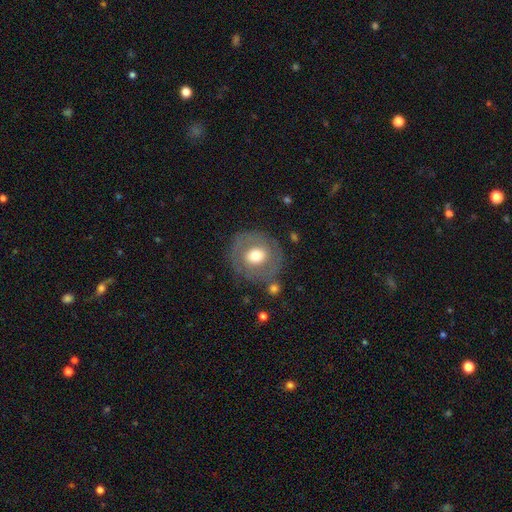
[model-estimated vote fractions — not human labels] Q: Smooth or featured?
A: smooth (54%); runner-up: featured or disk (39%)
Q: How rounded?
A: round (84%); runner-up: in between (15%)
Q: Merging?
A: none (76%); runner-up: minor disturbance (14%)